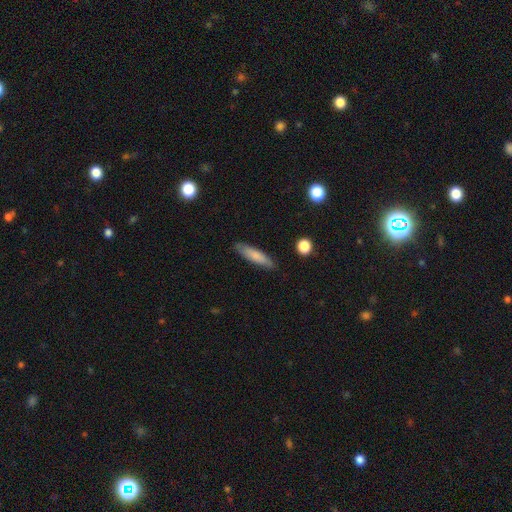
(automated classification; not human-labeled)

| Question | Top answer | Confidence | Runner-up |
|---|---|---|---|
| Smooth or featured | smooth | 77% | featured or disk (17%) |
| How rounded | cigar-shaped | 71% | in between (27%) |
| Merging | none | 82% | minor disturbance (14%) |